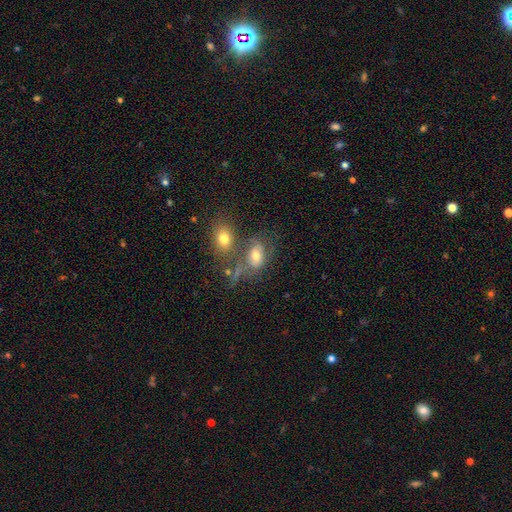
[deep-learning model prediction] The model was most divided on "merging": none: 38%, merger: 29%, minor disturbance: 17%, major disturbance: 16%. More confident: how rounded — in between (80%); smooth or featured — smooth (54%).